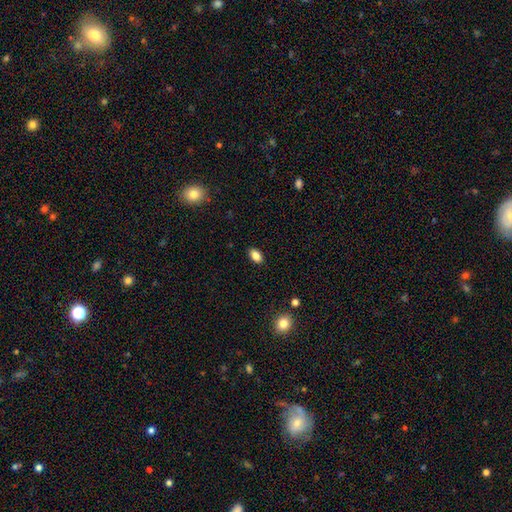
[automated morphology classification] A smooth galaxy with no disk features (84%) that is in between round and cigar-shaped (88%). Merging: none (88%).